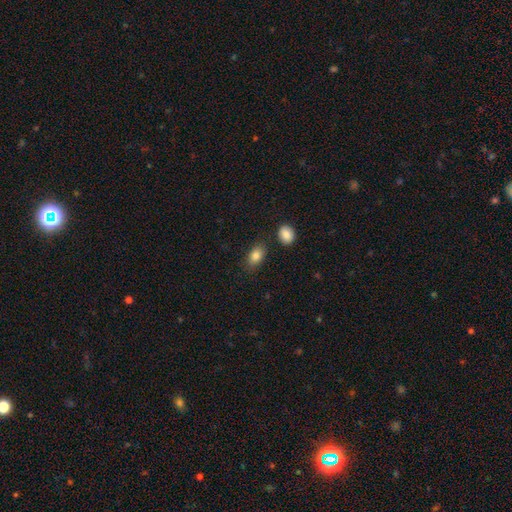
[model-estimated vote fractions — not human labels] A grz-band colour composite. It shows a smooth galaxy with no disk features (84%) that is in between round and cigar-shaped (85%). Merging: none (80%).